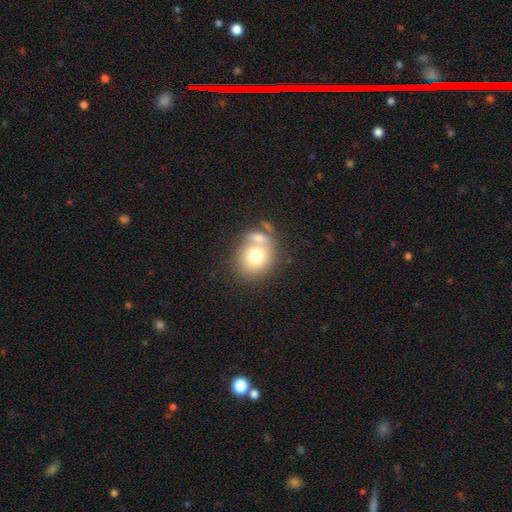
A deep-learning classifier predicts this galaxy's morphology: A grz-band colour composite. It shows a smooth galaxy with no disk features (73%) that is round (69%). Merging: none (49%).